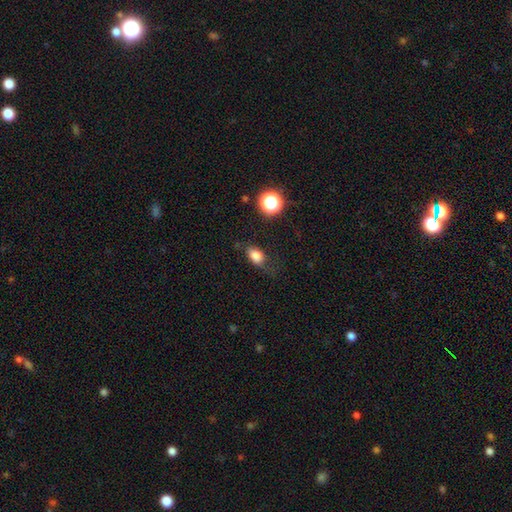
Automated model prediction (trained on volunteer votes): Q: Smooth or featured?
A: smooth (81%); runner-up: star or artifact (11%)
Q: How rounded?
A: in between (77%); runner-up: round (21%)
Q: Merging?
A: none (59%); runner-up: minor disturbance (26%)